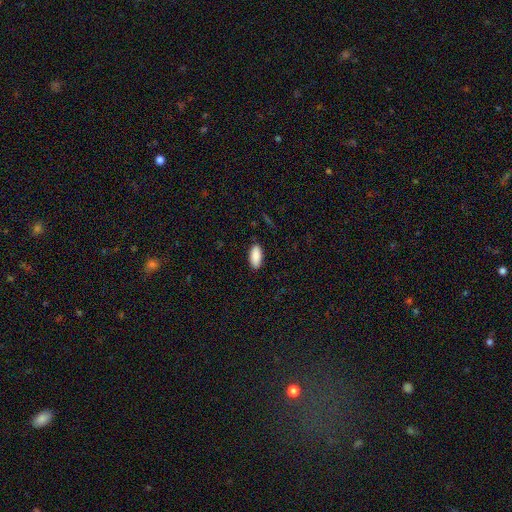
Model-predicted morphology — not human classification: A smooth galaxy with no disk features (90%) that is in between round and cigar-shaped (91%). Merging: none (88%).